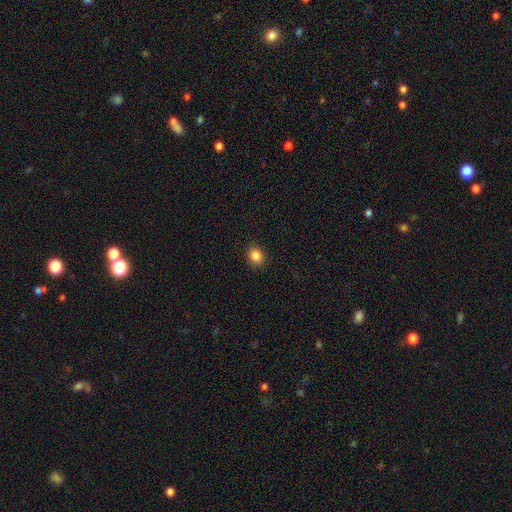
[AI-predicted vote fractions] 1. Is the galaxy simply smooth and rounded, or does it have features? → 85% smooth, 10% star or artifact, 4% featured or disk.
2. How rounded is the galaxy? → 61% round, 39% in between, 1% cigar-shaped.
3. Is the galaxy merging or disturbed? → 91% none, 7% minor disturbance, 2% major disturbance, 1% merger.